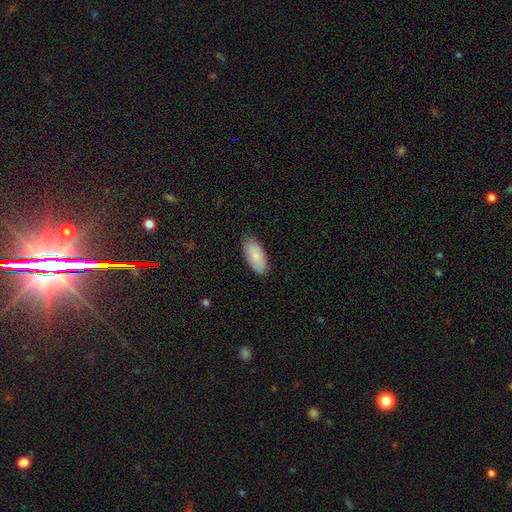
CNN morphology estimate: smooth_or_featured: smooth (p=0.85) [alt: featured or disk p=0.09]
how_rounded: in between (p=0.91) [alt: cigar-shaped p=0.07]
merging: none (p=0.83) [alt: minor disturbance p=0.13]